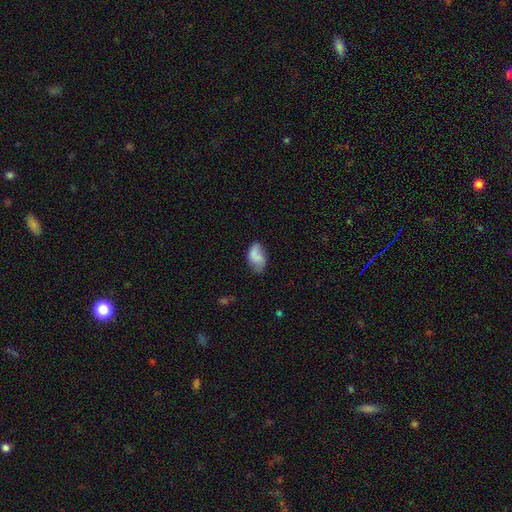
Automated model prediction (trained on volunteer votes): Smooth or featured? Predicted: smooth (p=0.68). How rounded? Predicted: in between (p=0.91). Merging? Predicted: none (p=0.58).